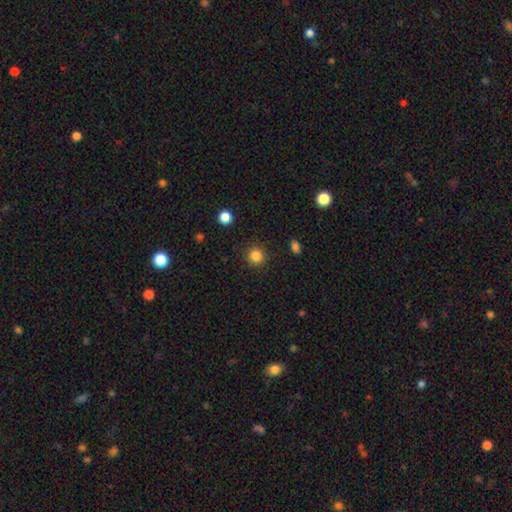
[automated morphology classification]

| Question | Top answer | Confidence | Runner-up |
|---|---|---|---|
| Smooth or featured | smooth | 85% | star or artifact (11%) |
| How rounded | round | 92% | in between (7%) |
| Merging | none | 91% | minor disturbance (6%) |